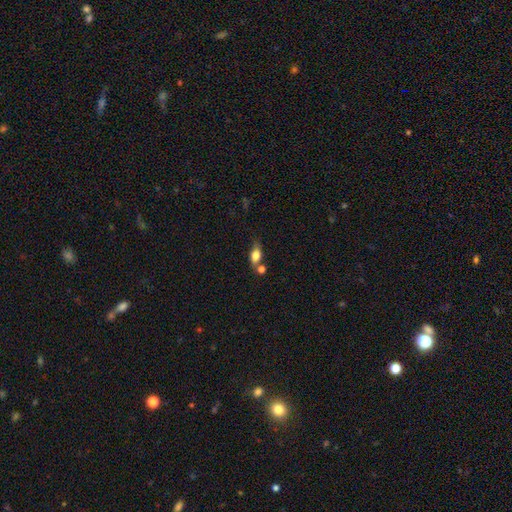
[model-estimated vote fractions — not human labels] Smooth or featured? smooth (77%)
How rounded? in between (79%)
Merging? none (52%)